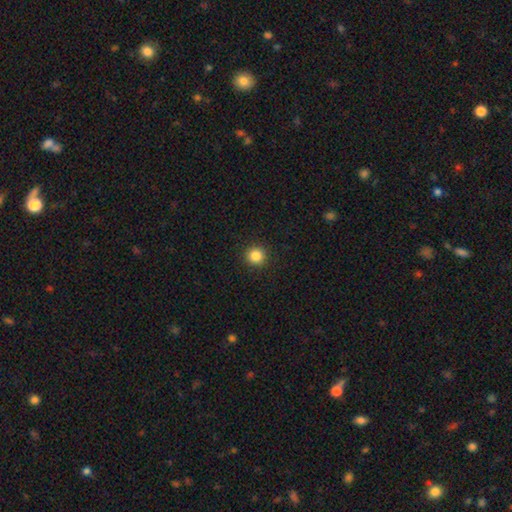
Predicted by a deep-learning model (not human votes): smooth-or-featured: smooth: 85% | star or artifact: 11% | featured or disk: 4%
  how-rounded: round: 95% | in between: 4% | cigar-shaped: 1%
  merging: none: 93% | minor disturbance: 5% | major disturbance: 2% | merger: 1%